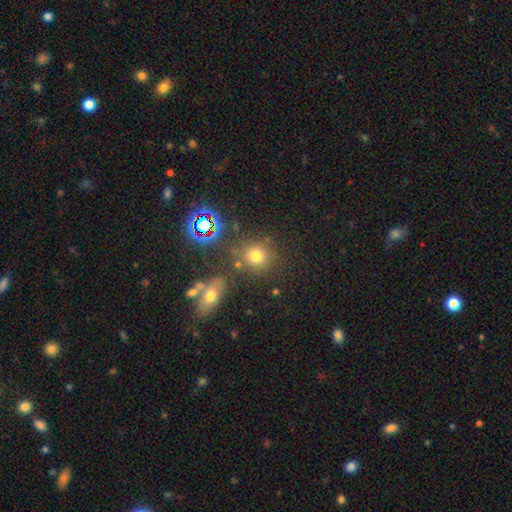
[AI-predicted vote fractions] smooth 68%, star or artifact 23%, featured or disk 9%. Down the decision tree: how rounded — round (82%); merging — none (73%).